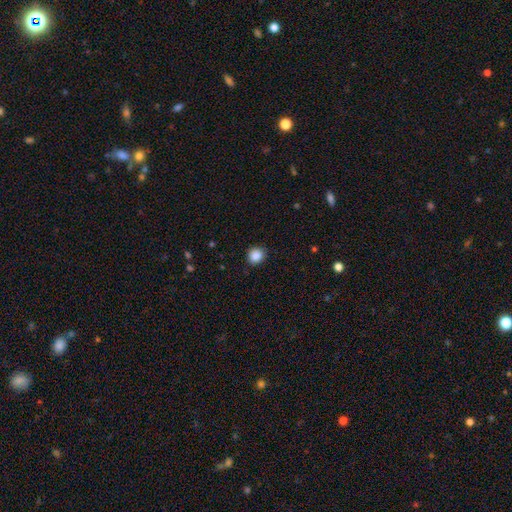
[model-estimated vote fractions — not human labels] smooth_or_featured: smooth (p=0.87) [alt: star or artifact p=0.10]
how_rounded: round (p=0.85) [alt: in between p=0.14]
merging: none (p=0.87) [alt: minor disturbance p=0.10]